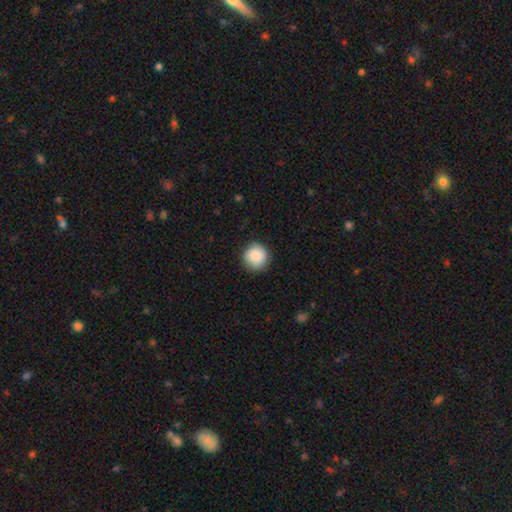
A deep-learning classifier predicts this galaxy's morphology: Smooth or featured?
  - smooth: 87% *
  - featured or disk: 7%
  - star or artifact: 7%
How rounded?
  - round: 93% *
  - in between: 6%
  - cigar-shaped: 1%
Merging?
  - none: 88% *
  - minor disturbance: 9%
  - major disturbance: 2%
  - merger: 1%